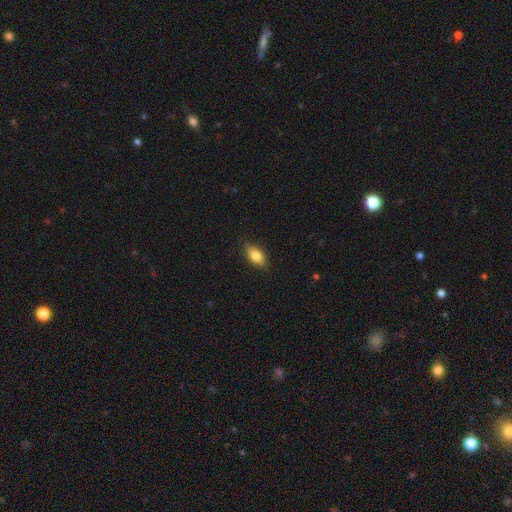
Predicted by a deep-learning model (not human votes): This appears to be a smooth galaxy with no disk features (82%) that is in between round and cigar-shaped (87%). Merging: none (87%).